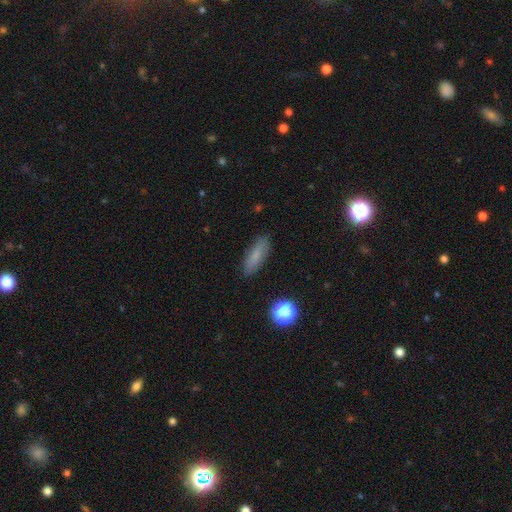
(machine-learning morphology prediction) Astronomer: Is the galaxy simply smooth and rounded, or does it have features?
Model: smooth — 77%.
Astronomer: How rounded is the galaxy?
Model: in between — 49% (runner-up: cigar-shaped, 48%).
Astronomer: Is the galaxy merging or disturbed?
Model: none — 86%.